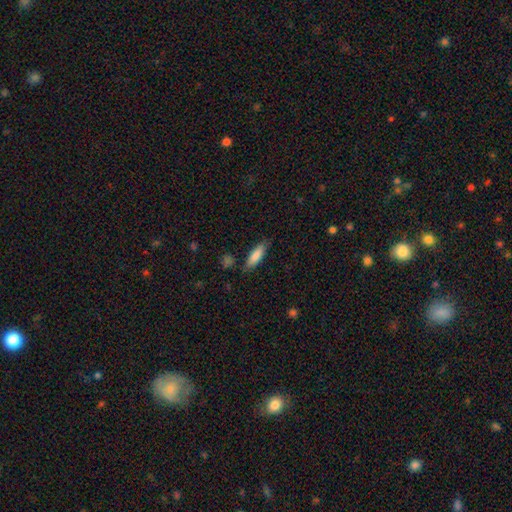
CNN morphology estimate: Smooth or featured: smooth — 81% (featured or disk — 13%)
How rounded: cigar-shaped — 49% (tied with in between — 49%)
Merging: none — 79% (minor disturbance — 15%)